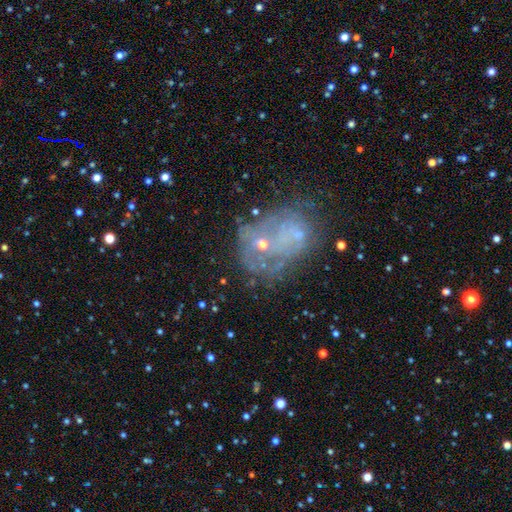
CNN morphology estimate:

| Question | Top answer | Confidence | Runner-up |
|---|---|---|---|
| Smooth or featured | featured or disk | 50% | star or artifact (28%) |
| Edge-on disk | no | 95% | yes (5%) |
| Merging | none | 52% | merger (17%) |